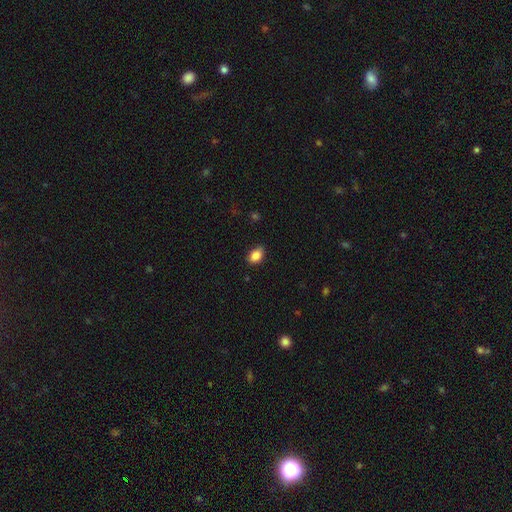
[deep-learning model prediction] A smooth galaxy with no disk features (87%) that is in between round and cigar-shaped (84%). Merging: none (82%).